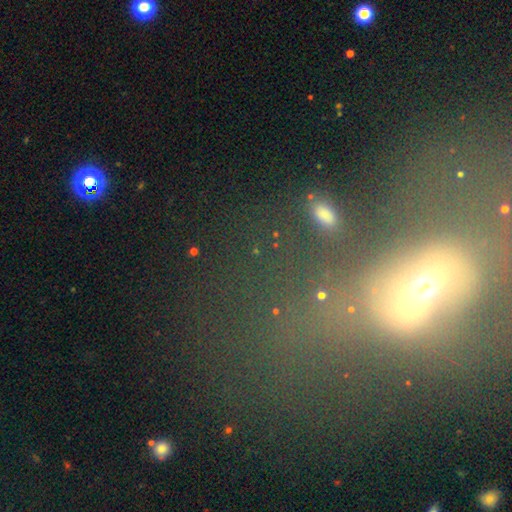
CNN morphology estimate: Smooth or featured: smooth — 39% (star or artifact — 37%)
Merging: none — 47% (merger — 19%)